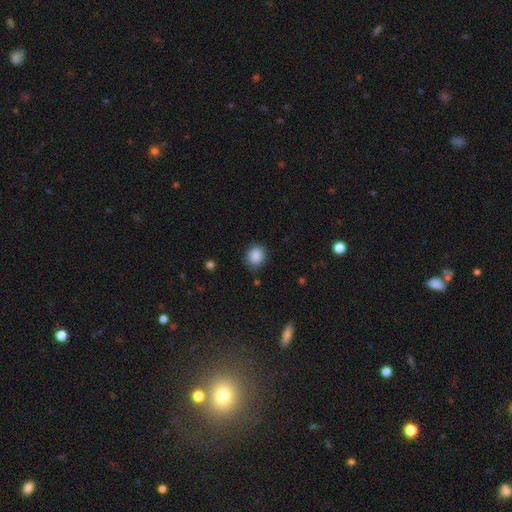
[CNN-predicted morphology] type=smooth (87%); roundness=round (76%); merging=none (80%).